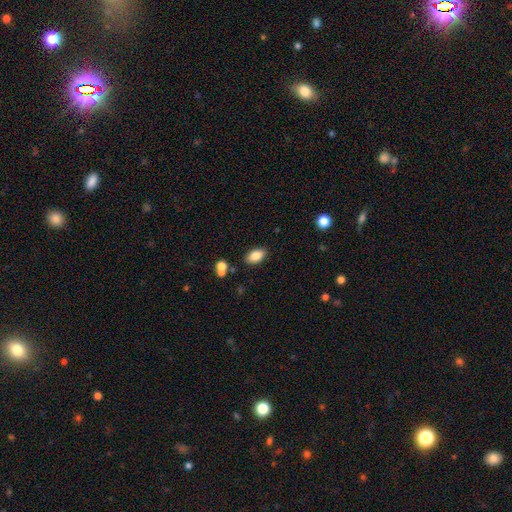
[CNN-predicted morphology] This is clearly a smooth galaxy (84%). How rounded: clearly in between (92%). Merging: clearly none (85%).